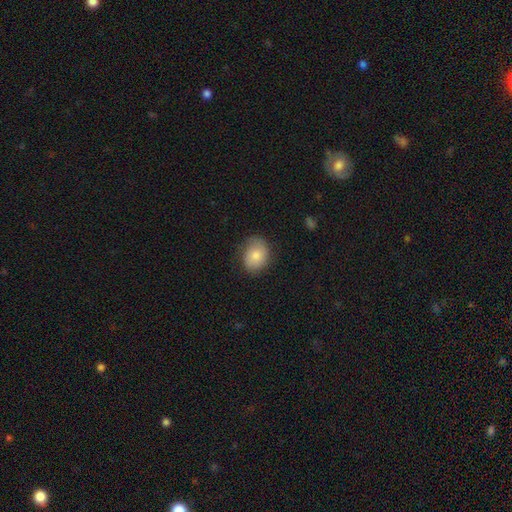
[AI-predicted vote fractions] This appears to be a smooth galaxy with no disk features (80%) that is in between round and cigar-shaped (54%). Merging: none (73%).